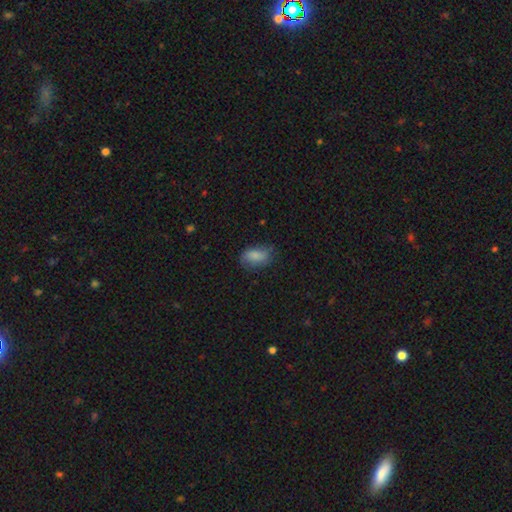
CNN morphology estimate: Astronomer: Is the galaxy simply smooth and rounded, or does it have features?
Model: smooth — 78%.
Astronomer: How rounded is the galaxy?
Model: in between — 89%.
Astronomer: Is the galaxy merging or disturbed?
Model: none — 62%.